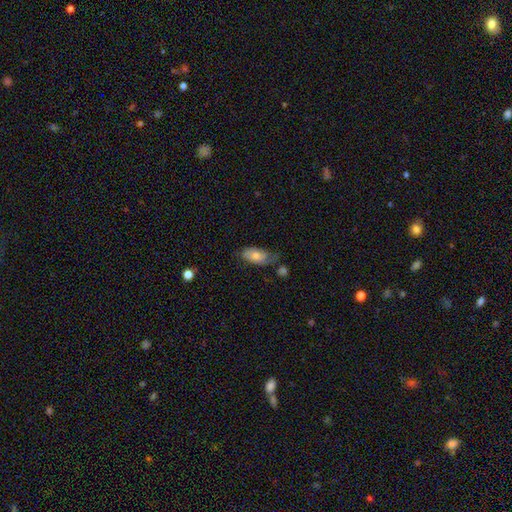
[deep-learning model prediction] This is likely a smooth galaxy (68%). How rounded: clearly in between (91%). Merging: possibly none (51%).